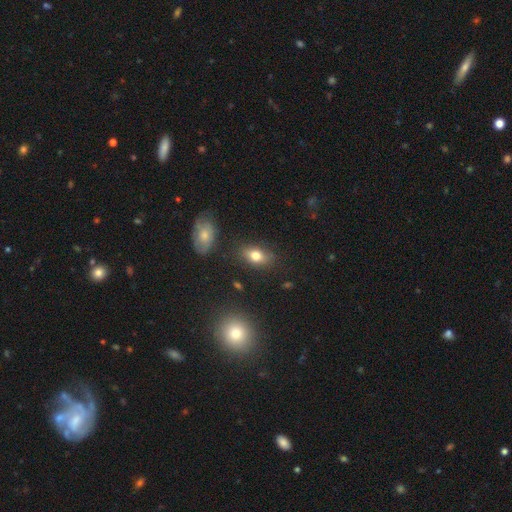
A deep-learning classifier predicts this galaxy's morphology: smooth_or_featured: smooth (p=0.77) [alt: featured or disk p=0.12]
how_rounded: in between (p=0.84) [alt: round p=0.13]
merging: none (p=0.82) [alt: minor disturbance p=0.12]